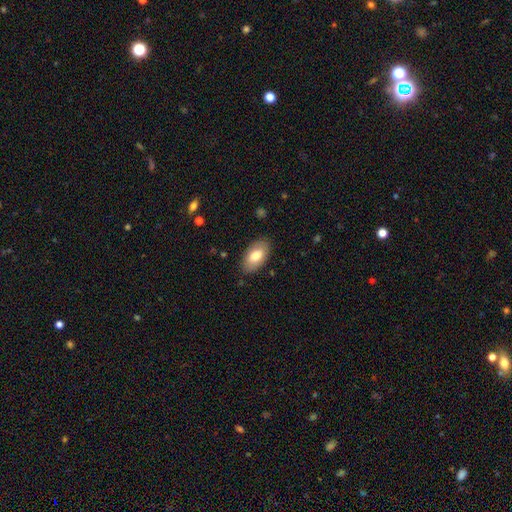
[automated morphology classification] A smooth galaxy with no disk features (76%) that is in between round and cigar-shaped (94%). Merging: none (86%).